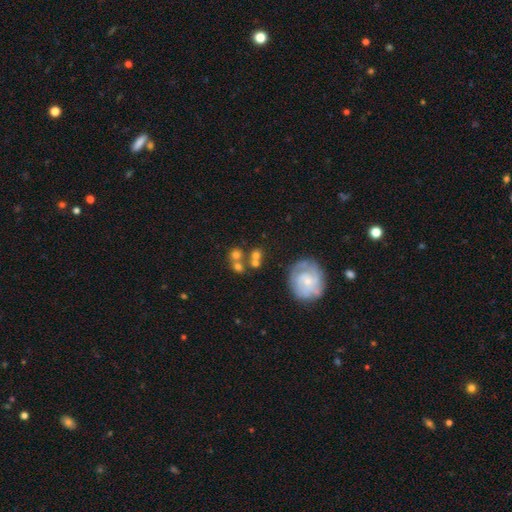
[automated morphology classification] Smooth or featured? smooth (50%)
Merging? none (53%)